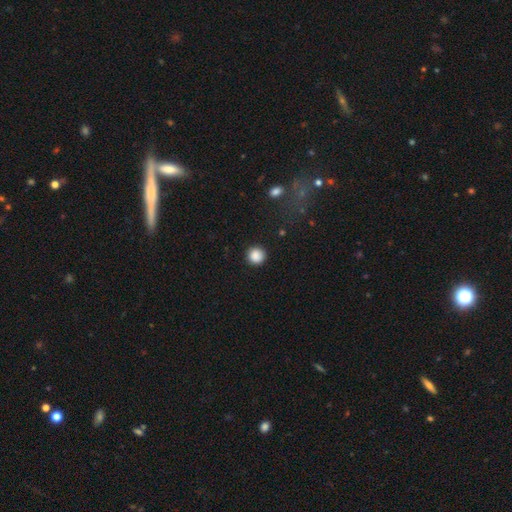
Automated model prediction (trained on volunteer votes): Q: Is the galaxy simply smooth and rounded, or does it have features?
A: smooth — 88%.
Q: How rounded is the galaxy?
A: round — 94%.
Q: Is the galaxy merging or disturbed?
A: none — 90%.